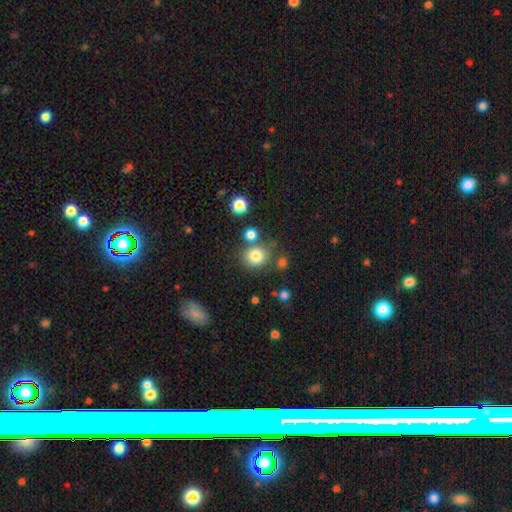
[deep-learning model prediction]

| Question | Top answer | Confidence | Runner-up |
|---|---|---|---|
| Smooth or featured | smooth | 80% | star or artifact (12%) |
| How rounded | round | 85% | in between (14%) |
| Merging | none | 72% | merger (13%) |